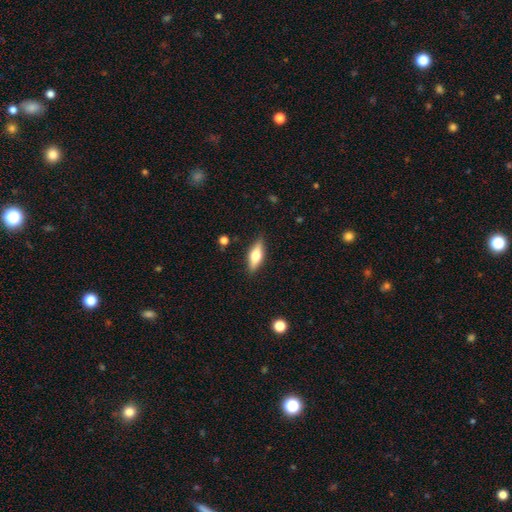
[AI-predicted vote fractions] Overall: smooth (55%; featured or disk 38%). How rounded: in between (61%; cigar-shaped 36%). Merging: none (86%).